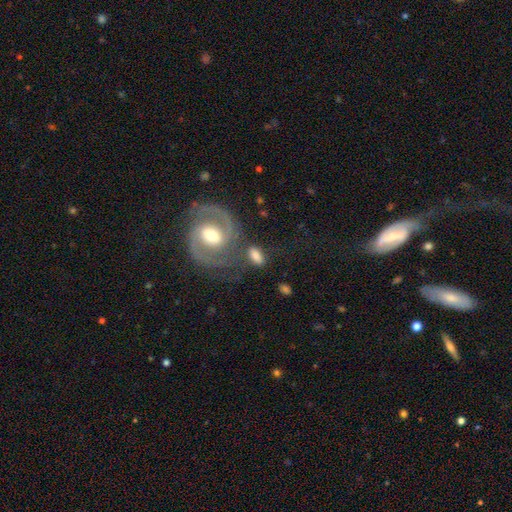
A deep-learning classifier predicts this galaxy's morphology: This appears to be a smooth galaxy with no disk features (57%) that is in between round and cigar-shaped (84%). Merging: none (61%).